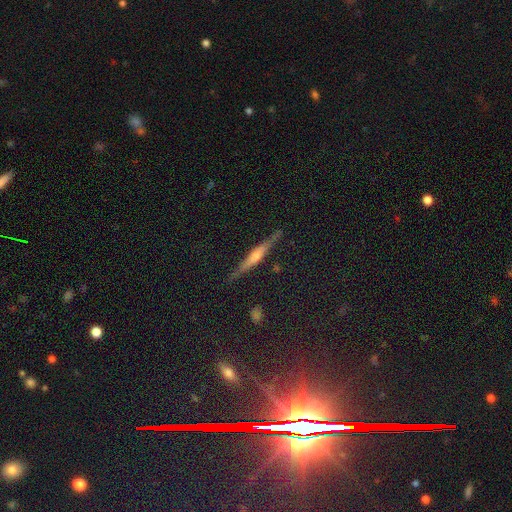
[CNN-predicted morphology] A featured or disk galaxy (65%) viewed edge-on (96%) with a rounded central bulge (70%). Merging: none (86%).